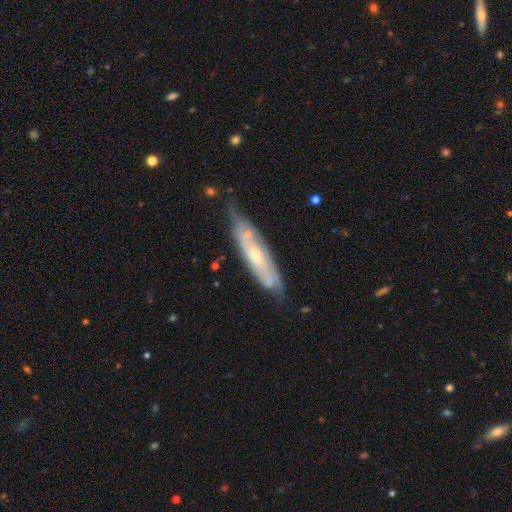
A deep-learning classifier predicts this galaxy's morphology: type=featured or disk (66%); edge-on=no (60%); merging=none (63%).